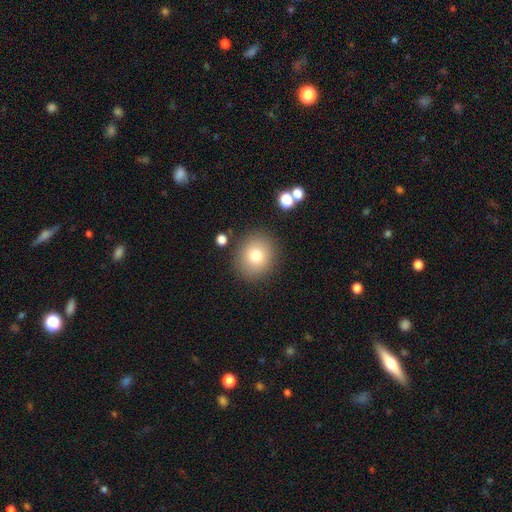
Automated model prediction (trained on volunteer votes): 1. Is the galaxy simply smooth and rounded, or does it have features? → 78% smooth, 11% featured or disk, 11% star or artifact.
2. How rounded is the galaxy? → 83% round, 16% in between, 1% cigar-shaped.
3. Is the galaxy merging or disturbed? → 86% none, 8% minor disturbance, 3% major disturbance, 3% merger.